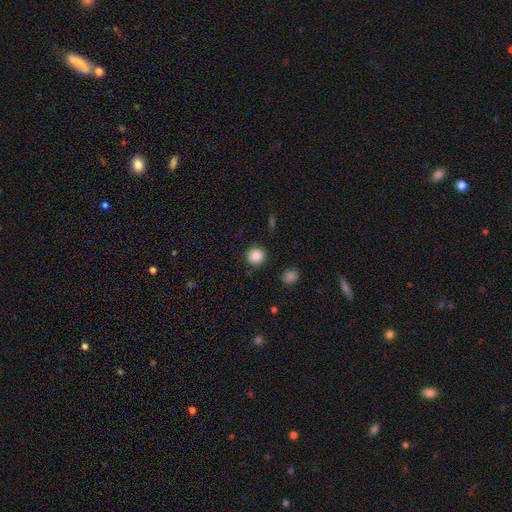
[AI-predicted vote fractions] smooth_or_featured: smooth (p=0.88) [alt: star or artifact p=0.09]
how_rounded: round (p=0.87) [alt: in between p=0.12]
merging: none (p=0.89) [alt: minor disturbance p=0.07]